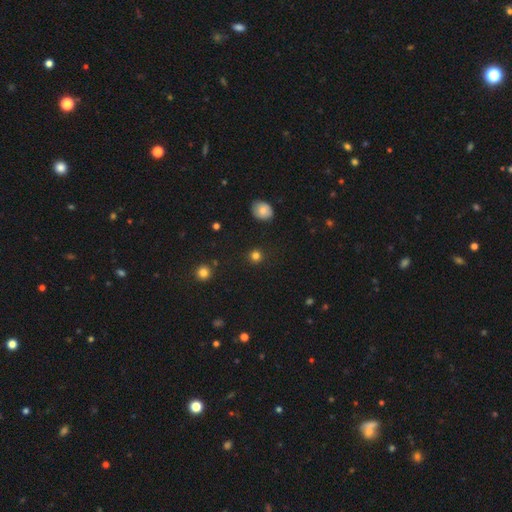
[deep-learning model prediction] The model was most divided on "smooth or featured": smooth: 81%, star or artifact: 14%, featured or disk: 5%. More confident: how rounded — round (92%); merging — none (90%).